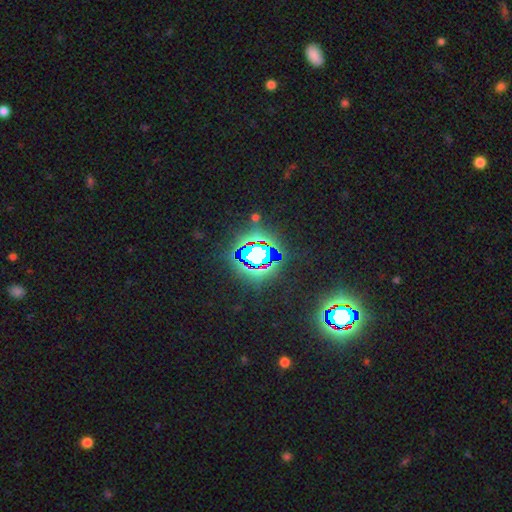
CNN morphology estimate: Smooth or featured?
  - star or artifact: 67% *
  - smooth: 19%
  - featured or disk: 13%